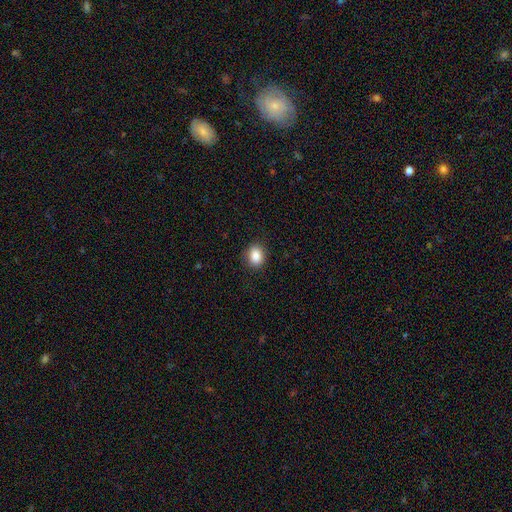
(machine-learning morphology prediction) Smooth or featured? Predicted: smooth (p=0.87). How rounded? Predicted: in between (p=0.52). Merging? Predicted: none (p=0.86).